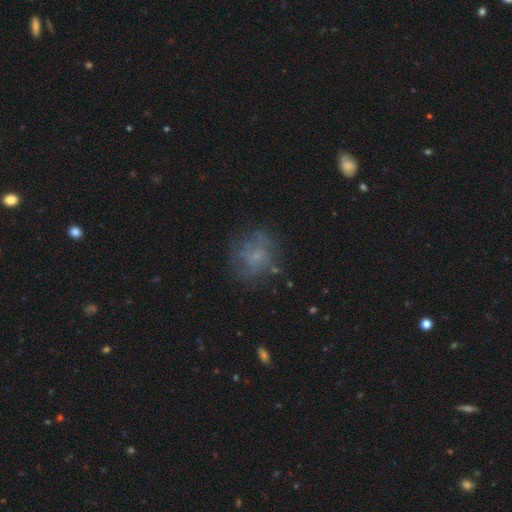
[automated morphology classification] featured or disk 47%, smooth 38%, star or artifact 15%. Down the decision tree: merging — none (66%).